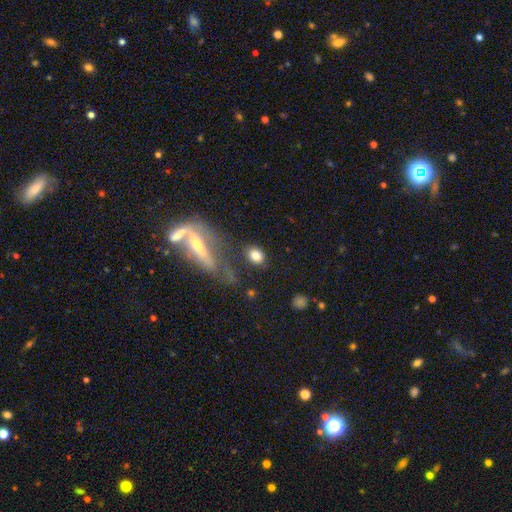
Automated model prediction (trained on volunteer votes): A smooth galaxy with no disk features (79%) that is in between round and cigar-shaped (64%). Merging: none (75%).